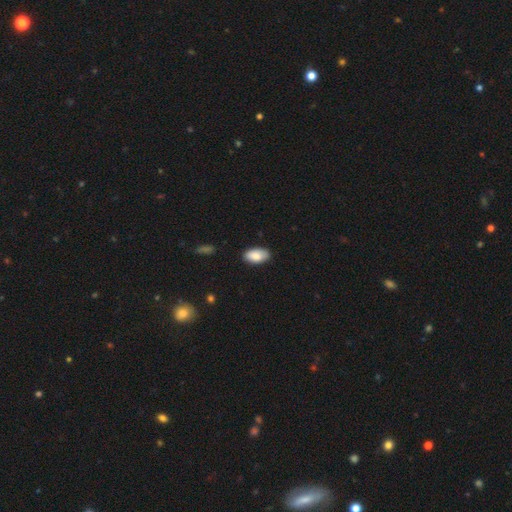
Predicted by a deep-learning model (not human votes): Smooth or featured: smooth — 86% (featured or disk — 7%)
How rounded: in between — 95% (round — 3%)
Merging: none — 84% (minor disturbance — 13%)